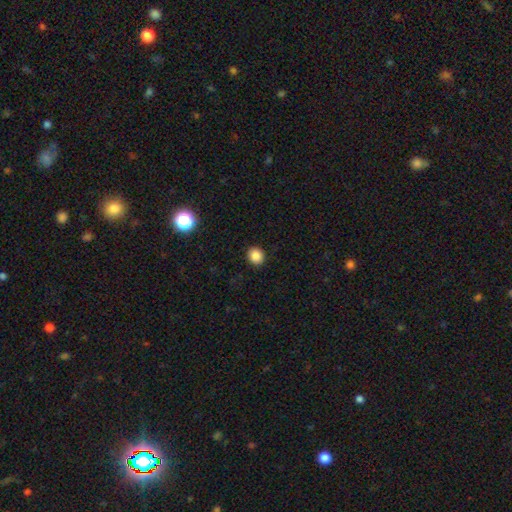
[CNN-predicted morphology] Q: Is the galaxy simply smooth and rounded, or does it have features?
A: smooth — 87%.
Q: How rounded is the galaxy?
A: round — 79%.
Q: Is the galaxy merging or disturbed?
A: none — 92%.